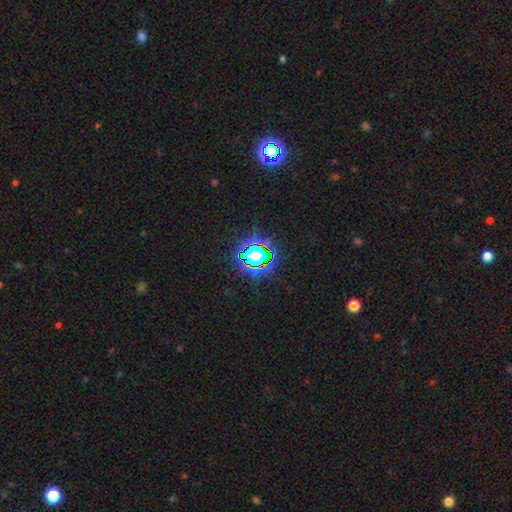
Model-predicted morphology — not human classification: smooth_or_featured: star or artifact (p=0.79) [alt: smooth p=0.13]